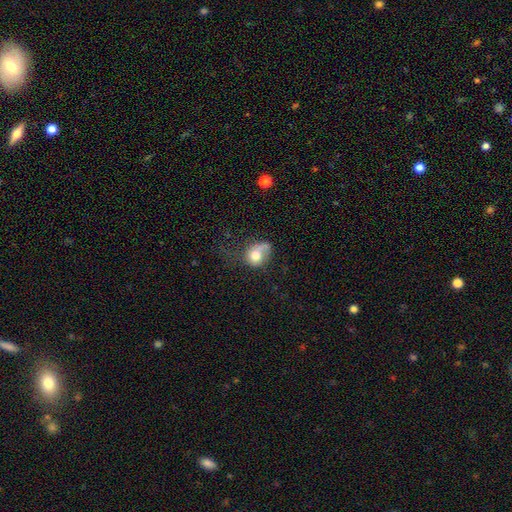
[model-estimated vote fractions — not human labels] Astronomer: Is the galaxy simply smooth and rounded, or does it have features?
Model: smooth — 66%.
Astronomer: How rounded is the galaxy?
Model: round — 56% (runner-up: in between, 42%).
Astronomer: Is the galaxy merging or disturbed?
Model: major disturbance — 34% (runner-up: none, 32%).